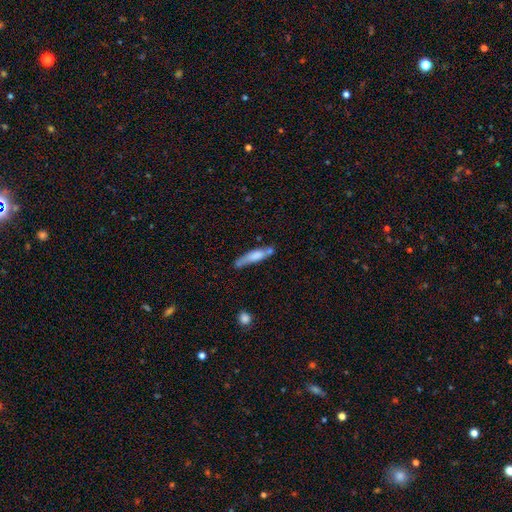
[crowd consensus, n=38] smooth_or_featured: smooth (p=0.63) [alt: featured or disk p=0.32]
how_rounded: cigar-shaped (p=0.71) [alt: in between p=0.25]
merging: none (p=0.47) [alt: minor disturbance p=0.28]